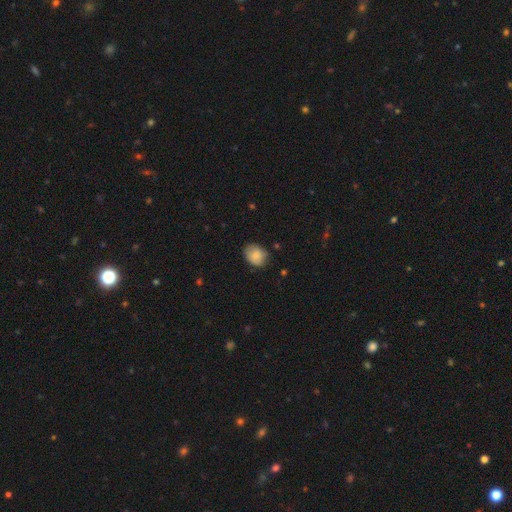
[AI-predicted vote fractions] Overall: smooth (83%). How rounded: in between (54%; round 45%). Merging: none (74%).